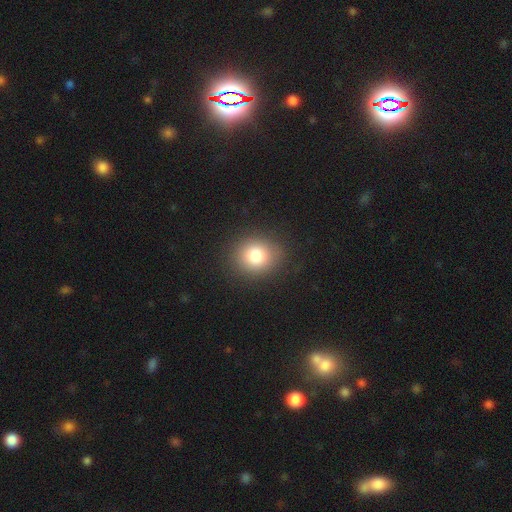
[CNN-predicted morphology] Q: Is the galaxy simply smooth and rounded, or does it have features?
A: smooth — 80%.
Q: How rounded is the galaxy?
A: round — 72%.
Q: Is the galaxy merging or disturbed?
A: none — 88%.